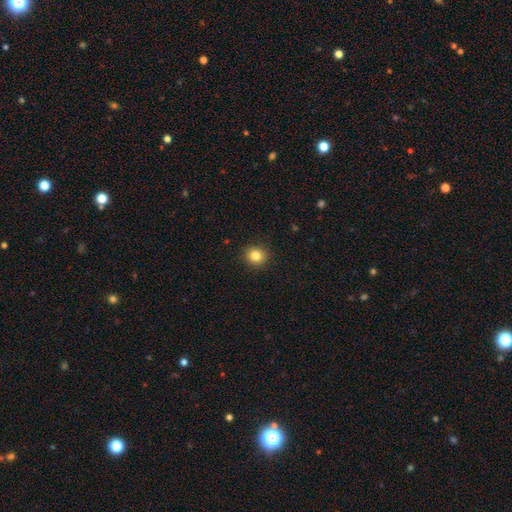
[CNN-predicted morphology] type=smooth (84%); roundness=round (85%); merging=none (92%).